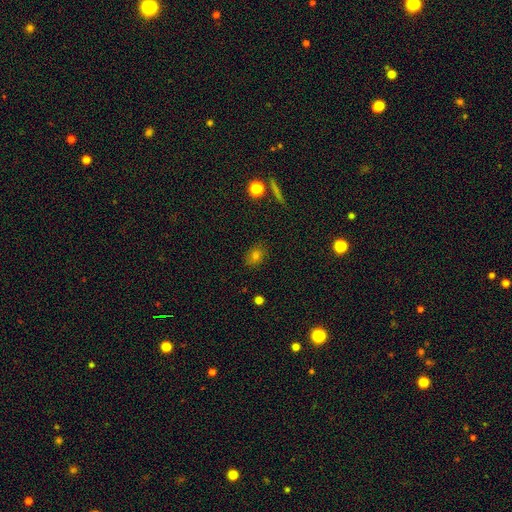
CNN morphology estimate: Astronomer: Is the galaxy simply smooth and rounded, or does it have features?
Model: smooth — 74%.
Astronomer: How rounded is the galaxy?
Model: in between — 63%.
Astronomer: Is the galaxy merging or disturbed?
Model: none — 83%.